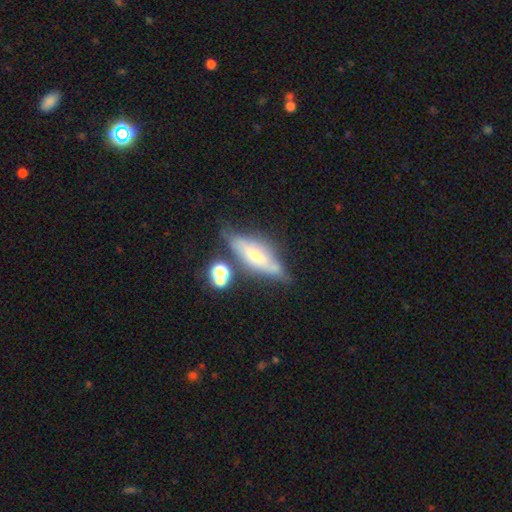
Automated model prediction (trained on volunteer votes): Overall: featured or disk (58%; smooth 33%). Edge-on disk: yes (71%). Merging: none (57%; minor disturbance 24%).